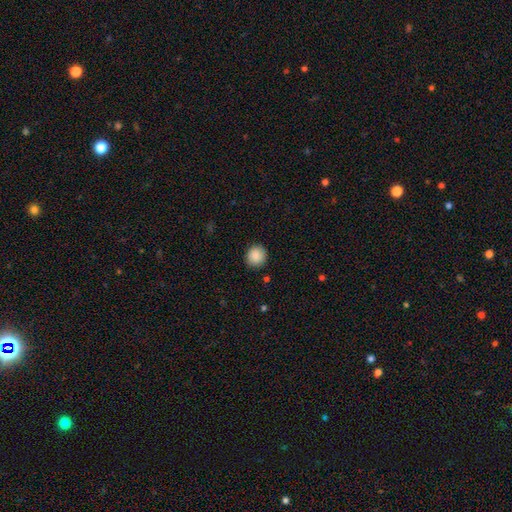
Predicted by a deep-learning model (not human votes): A smooth galaxy with no disk features (89%) that is round (87%).

Vote fractions:
- Smooth or featured? smooth: 89% / star or artifact: 8% / featured or disk: 3%
- How rounded? round: 87% / in between: 12% / cigar-shaped: 1%
- Merging? none: 88% / minor disturbance: 9% / major disturbance: 2% / merger: 1%